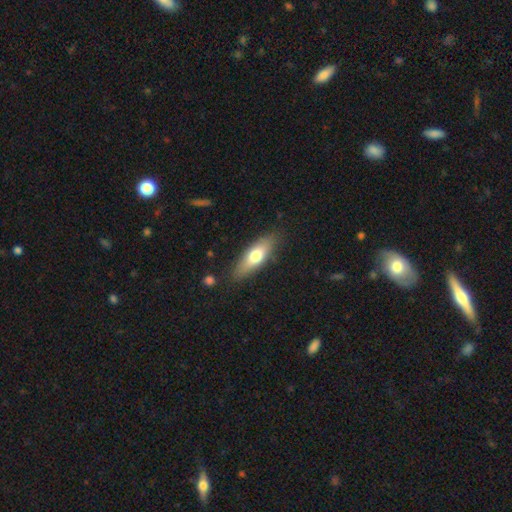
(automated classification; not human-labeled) Smooth or featured? Predicted: smooth (p=0.66). How rounded? Predicted: in between (p=0.56). Merging? Predicted: none (p=0.82).